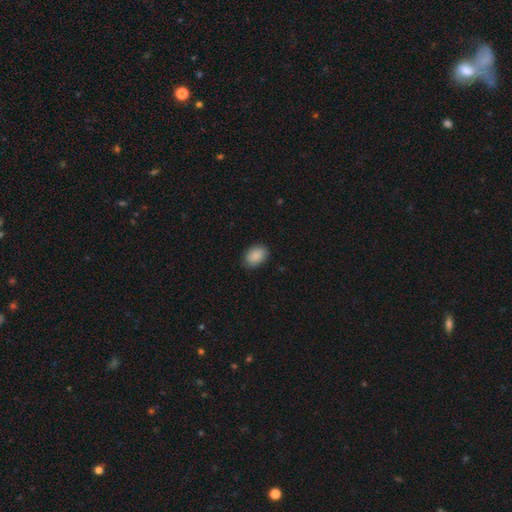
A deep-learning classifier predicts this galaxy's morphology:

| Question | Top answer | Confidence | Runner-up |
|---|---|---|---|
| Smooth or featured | smooth | 90% | star or artifact (7%) |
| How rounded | in between | 81% | round (18%) |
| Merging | none | 87% | minor disturbance (10%) |